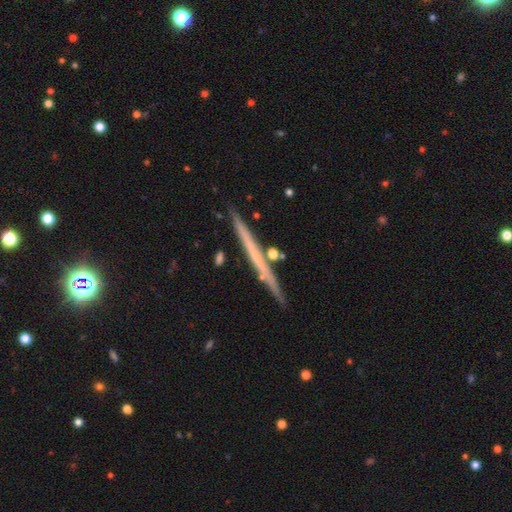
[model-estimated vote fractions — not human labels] Q: Smooth or featured?
A: featured or disk (59%); runner-up: smooth (34%)
Q: Edge-on disk?
A: yes (97%); runner-up: no (3%)
Q: Edge-on bulge?
A: none (87%); runner-up: rounded (10%)
Q: Merging?
A: none (86%); runner-up: minor disturbance (9%)